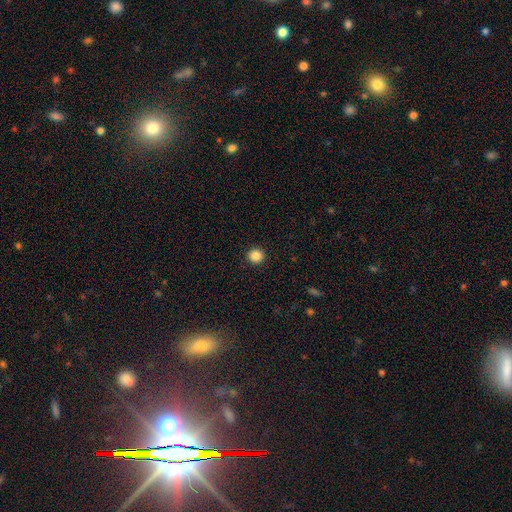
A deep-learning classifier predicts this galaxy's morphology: Smooth or featured? smooth (87%)
How rounded? round (93%)
Merging? none (93%)